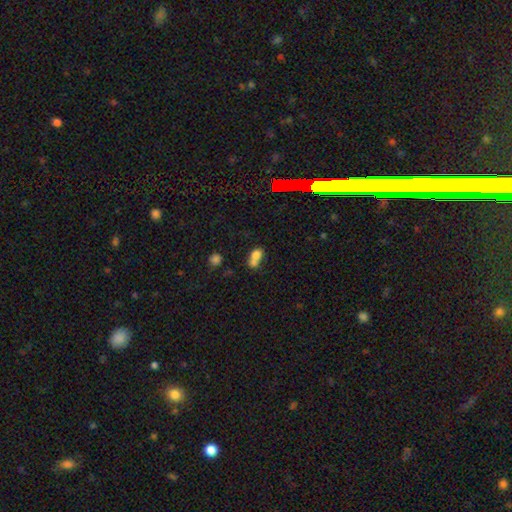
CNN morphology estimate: smooth-or-featured: smooth: 72% | star or artifact: 14% | featured or disk: 14%
  how-rounded: in between: 59% | round: 38% | cigar-shaped: 3%
  merging: merger: 62% | none: 23% | minor disturbance: 9% | major disturbance: 6%